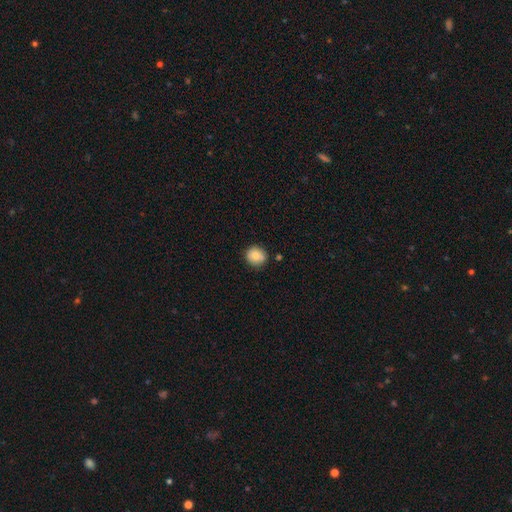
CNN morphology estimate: Smooth or featured: smooth — 84% (star or artifact — 9%)
How rounded: round — 86% (in between — 13%)
Merging: none — 81% (minor disturbance — 13%)